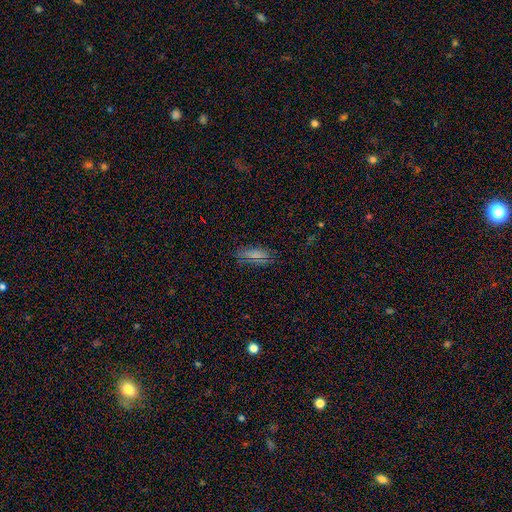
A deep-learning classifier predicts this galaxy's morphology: type=smooth (68%); roundness=in between (78%); merging=none (83%).